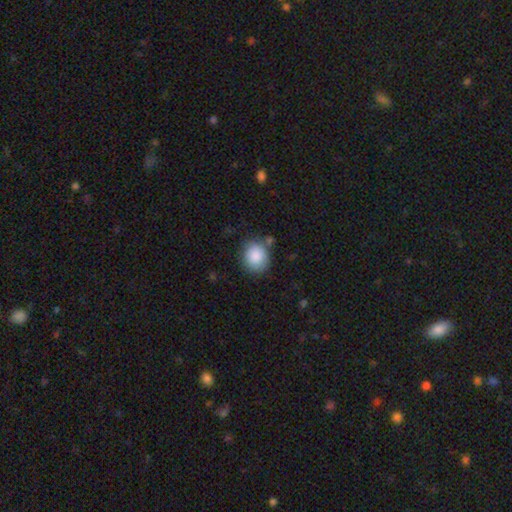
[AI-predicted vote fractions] Morphology: type=smooth (88%); roundness=round (71%); merging=none (75%).